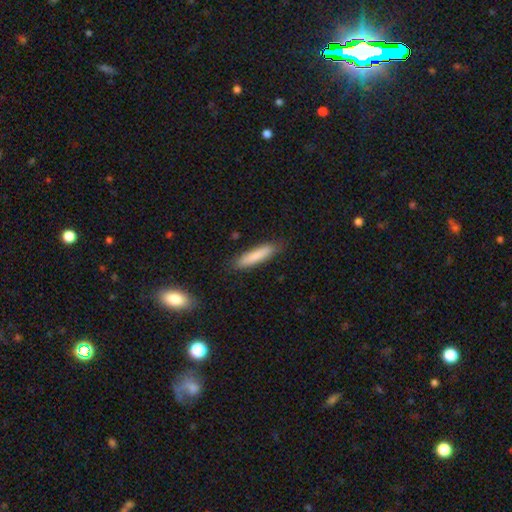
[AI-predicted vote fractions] Smooth or featured: smooth — 84% (featured or disk — 10%)
How rounded: cigar-shaped — 82% (in between — 17%)
Merging: none — 86% (minor disturbance — 11%)